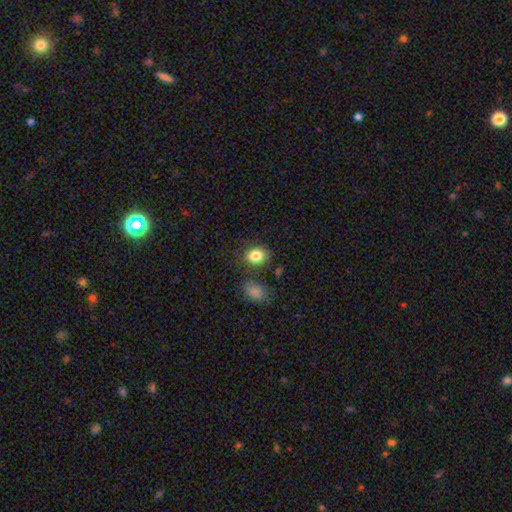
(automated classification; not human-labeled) Smooth or featured? smooth (84%)
How rounded? in between (64%)
Merging? none (76%)